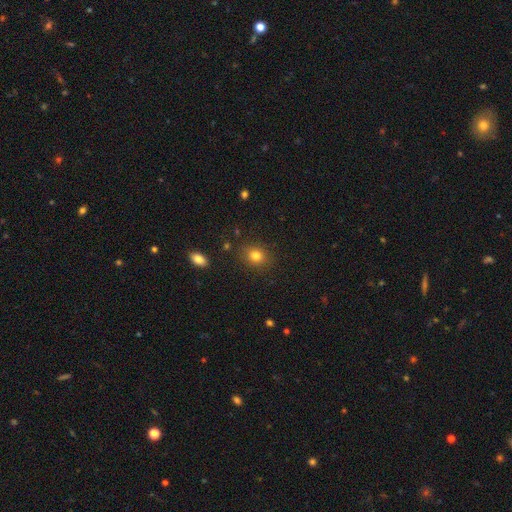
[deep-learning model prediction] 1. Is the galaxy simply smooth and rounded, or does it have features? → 81% smooth, 12% star or artifact, 7% featured or disk.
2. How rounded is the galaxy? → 66% round, 33% in between, 1% cigar-shaped.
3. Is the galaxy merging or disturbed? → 86% none, 9% minor disturbance, 3% major disturbance, 2% merger.